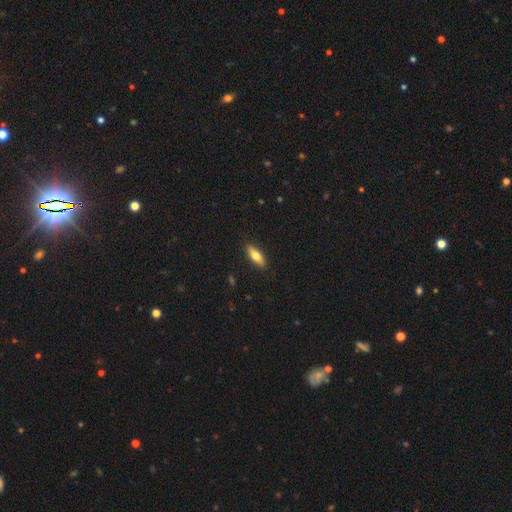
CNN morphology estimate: Smooth or featured: smooth — 71% (featured or disk — 23%)
How rounded: in between — 60% (cigar-shaped — 37%)
Merging: none — 90% (minor disturbance — 7%)